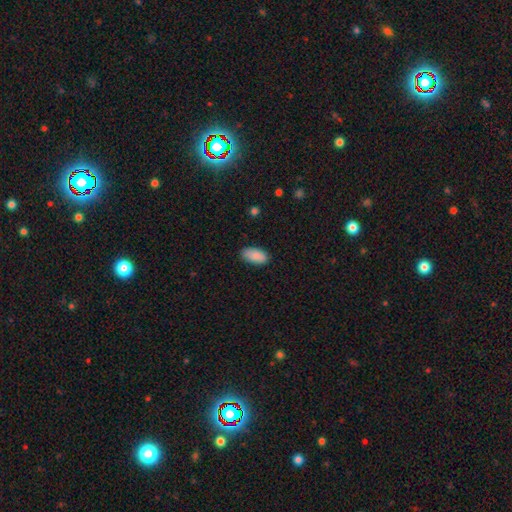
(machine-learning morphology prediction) Q: Smooth or featured?
A: smooth (89%); runner-up: star or artifact (6%)
Q: How rounded?
A: in between (94%); runner-up: cigar-shaped (4%)
Q: Merging?
A: none (84%); runner-up: minor disturbance (12%)